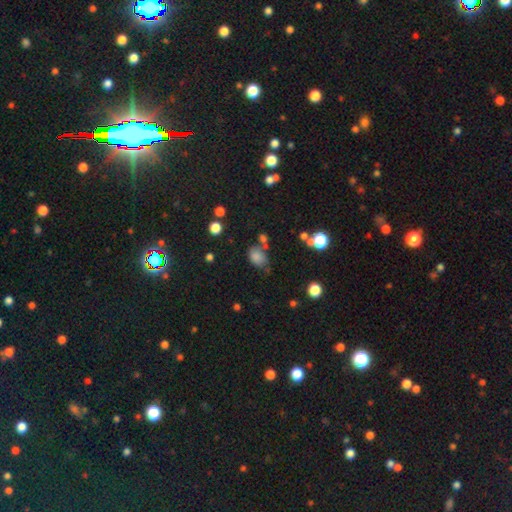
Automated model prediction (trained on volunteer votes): Overall: smooth (77%). How rounded: in between (68%; round 30%). Merging: none (57%; minor disturbance 22%).